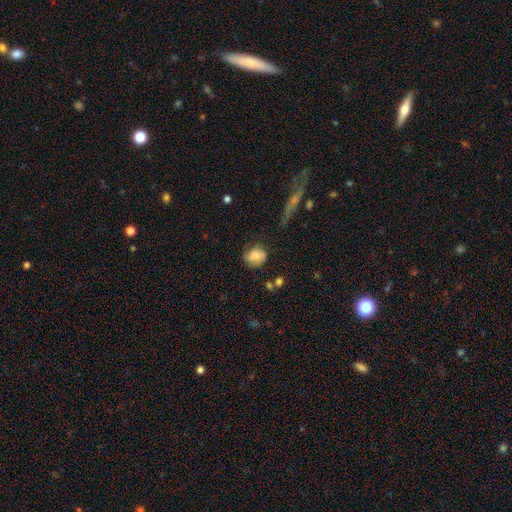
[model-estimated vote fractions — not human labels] A smooth galaxy with no disk features (65%) that is round (62%). Merging: none (56%).